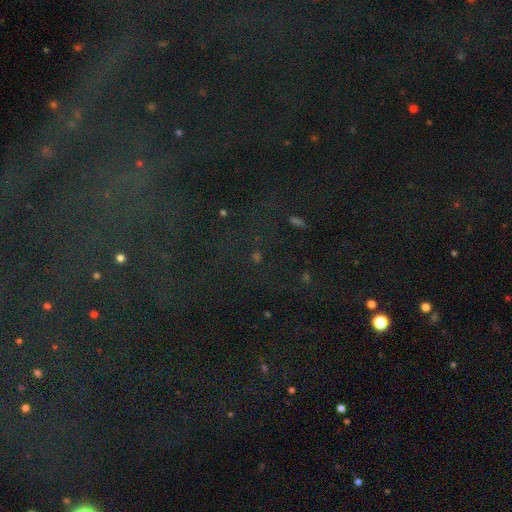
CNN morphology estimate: A star or artifact, not a galaxy (80%).